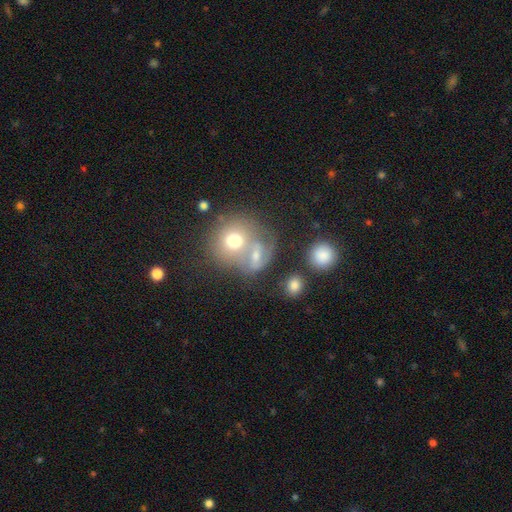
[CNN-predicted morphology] smooth_or_featured: smooth (p=0.56) [alt: featured or disk p=0.31]
how_rounded: round (p=0.67) [alt: in between p=0.31]
merging: merger (p=0.53) [alt: none p=0.27]